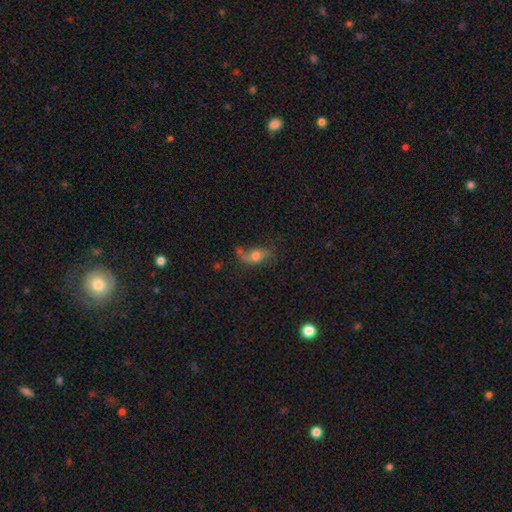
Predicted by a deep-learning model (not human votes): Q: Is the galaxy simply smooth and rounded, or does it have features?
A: smooth — 46%.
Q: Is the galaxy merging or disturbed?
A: none — 43%.